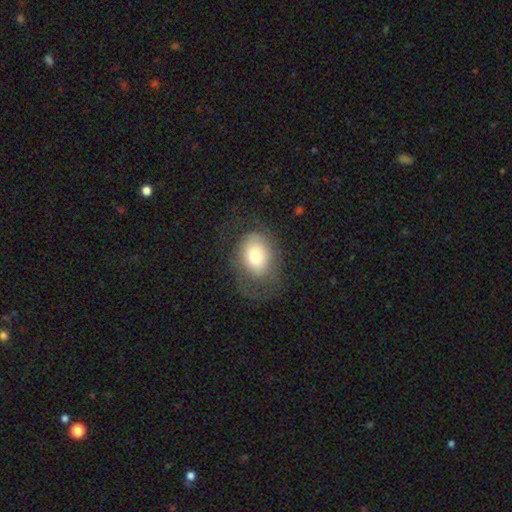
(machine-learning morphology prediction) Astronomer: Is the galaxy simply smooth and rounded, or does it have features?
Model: smooth — 68%.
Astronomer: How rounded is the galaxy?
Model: in between — 67%.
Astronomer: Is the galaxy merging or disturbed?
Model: none — 56%.